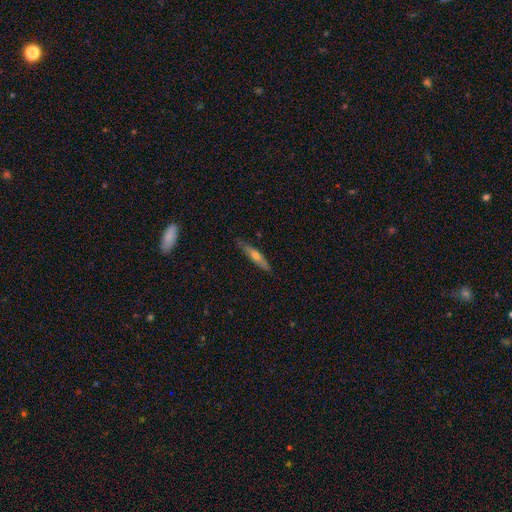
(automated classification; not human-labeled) featured or disk 53%, smooth 41%, star or artifact 6%. Down the decision tree: edge-on disk — yes (88%); merging — none (83%).